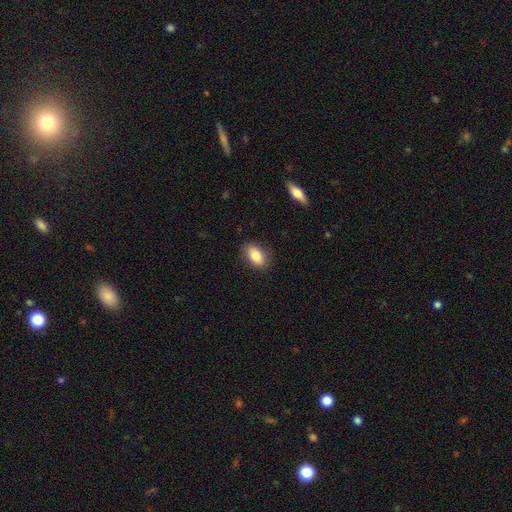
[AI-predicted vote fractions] smooth 83%, featured or disk 10%, star or artifact 7%. Down the decision tree: how rounded — in between (89%); merging — none (86%).